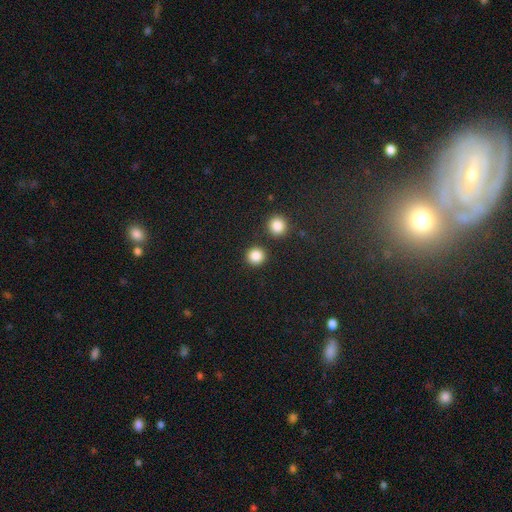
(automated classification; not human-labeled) Smooth or featured? smooth (86%)
How rounded? round (93%)
Merging? none (86%)